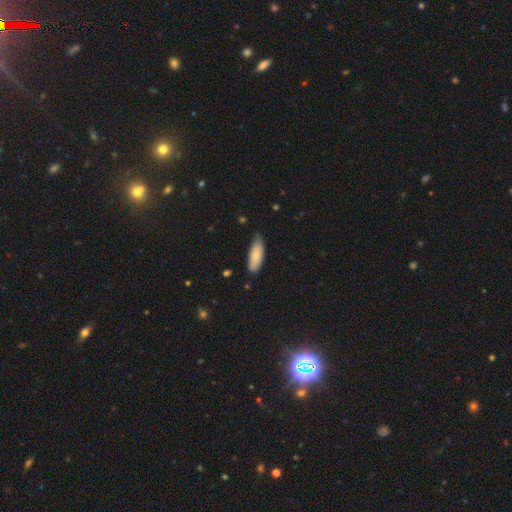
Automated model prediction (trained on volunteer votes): Smooth or featured? smooth (79%)
How rounded? in between (73%)
Merging? none (71%)